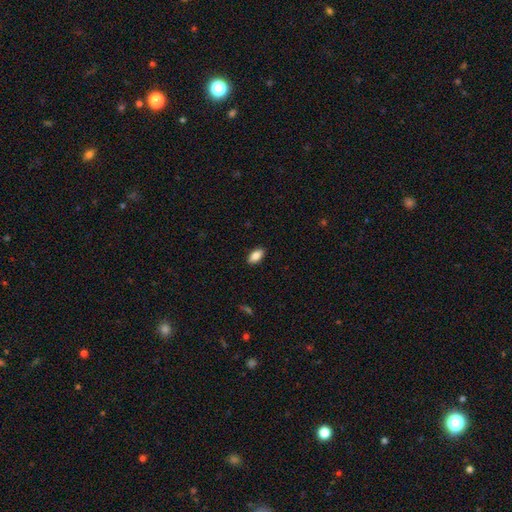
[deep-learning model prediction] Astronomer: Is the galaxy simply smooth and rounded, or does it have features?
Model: smooth — 86%.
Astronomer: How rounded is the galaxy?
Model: in between — 92%.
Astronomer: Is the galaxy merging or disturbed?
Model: none — 89%.